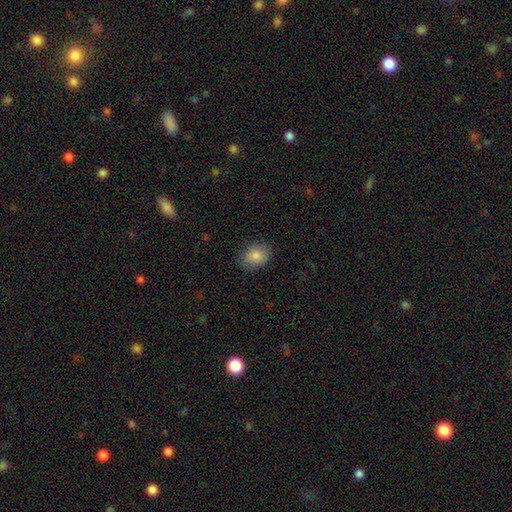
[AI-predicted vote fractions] smooth-or-featured: smooth: 86% | star or artifact: 8% | featured or disk: 6%
  how-rounded: in between: 60% | round: 39% | cigar-shaped: 1%
  merging: none: 82% | minor disturbance: 14% | major disturbance: 3% | merger: 1%